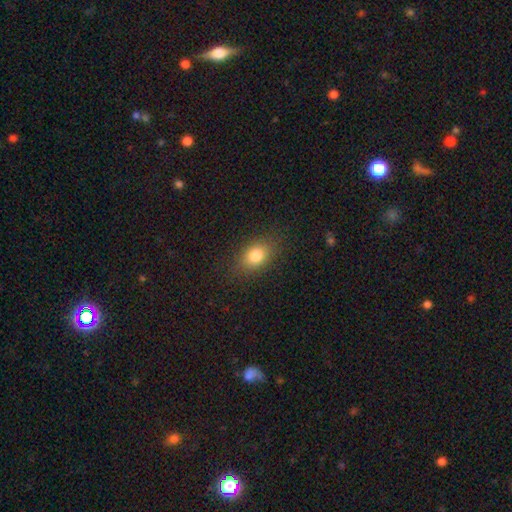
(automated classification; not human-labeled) The model was most divided on "how rounded": in between: 72%, round: 25%, cigar-shaped: 3%. More confident: merging — none (84%); smooth or featured — smooth (80%).